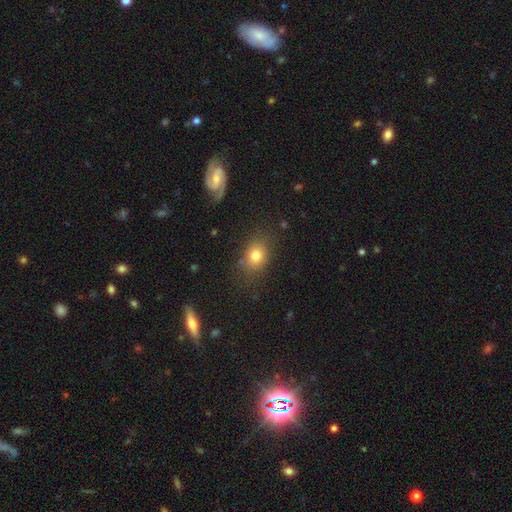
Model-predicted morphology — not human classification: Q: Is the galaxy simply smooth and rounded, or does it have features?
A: smooth — 78%.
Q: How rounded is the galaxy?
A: in between — 54%.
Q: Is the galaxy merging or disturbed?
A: none — 78%.